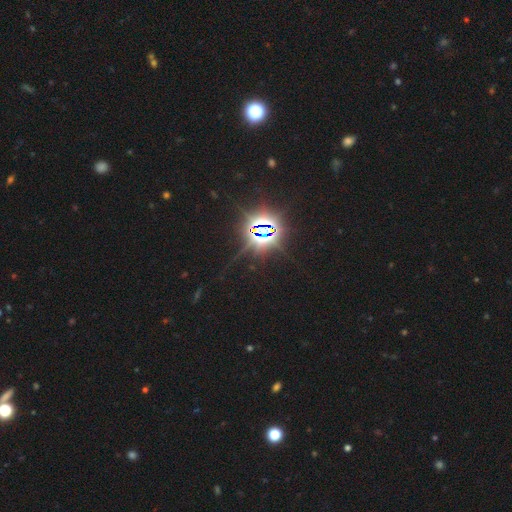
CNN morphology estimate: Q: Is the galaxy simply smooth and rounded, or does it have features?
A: star or artifact — 84%.